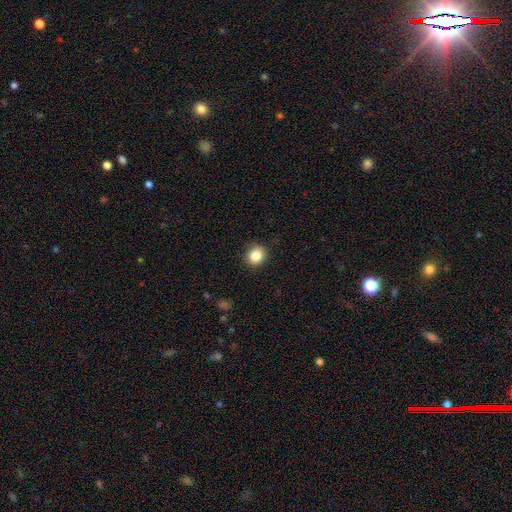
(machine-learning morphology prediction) This appears to be a smooth galaxy with no disk features (85%) that is round (78%). Merging: none (86%).